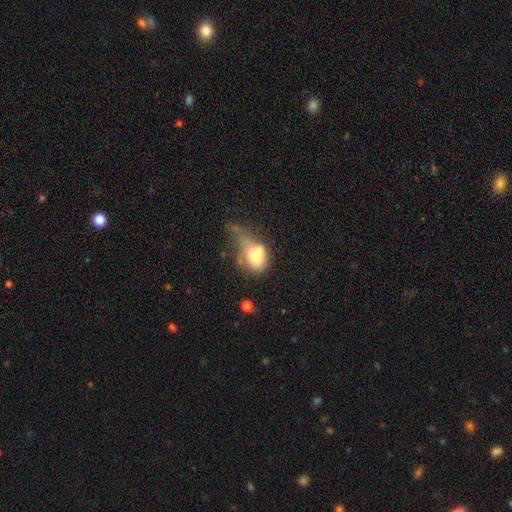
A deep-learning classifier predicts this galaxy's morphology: smooth_or_featured: smooth (p=0.65) [alt: featured or disk p=0.25]
how_rounded: in between (p=0.67) [alt: round p=0.30]
merging: major disturbance (p=0.36) [alt: merger p=0.30]